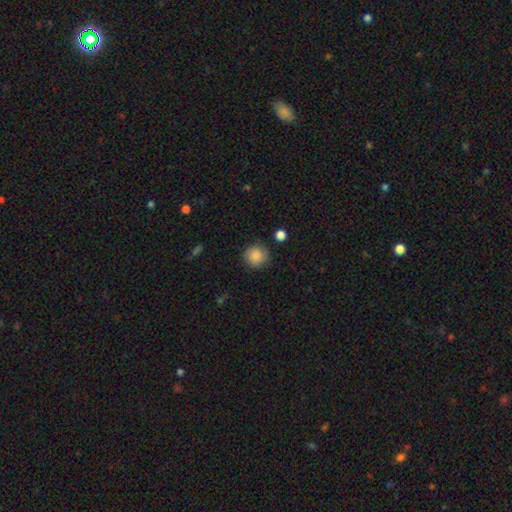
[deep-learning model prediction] Overall: smooth (84%). How rounded: round (92%). Merging: none (85%).